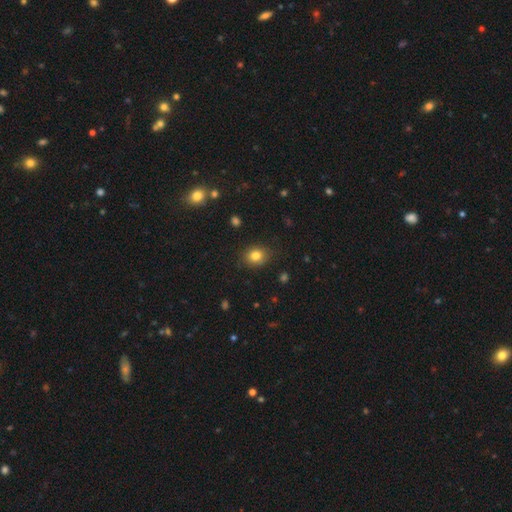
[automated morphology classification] This appears to be a smooth galaxy with no disk features (81%) that is round (57%). Merging: none (84%).